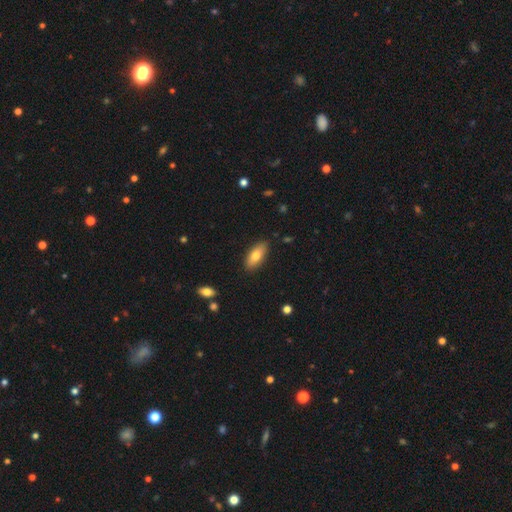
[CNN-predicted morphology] Smooth or featured?
  - smooth: 76% *
  - featured or disk: 18%
  - star or artifact: 6%
How rounded?
  - in between: 80% *
  - cigar-shaped: 17%
  - round: 3%
Merging?
  - none: 87% *
  - minor disturbance: 10%
  - major disturbance: 2%
  - merger: 1%